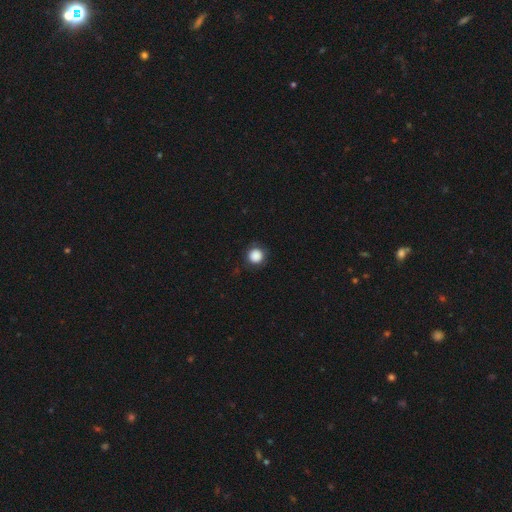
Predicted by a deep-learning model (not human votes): Q: Smooth or featured?
A: smooth (87%); runner-up: star or artifact (10%)
Q: How rounded?
A: round (95%); runner-up: in between (4%)
Q: Merging?
A: none (87%); runner-up: minor disturbance (9%)